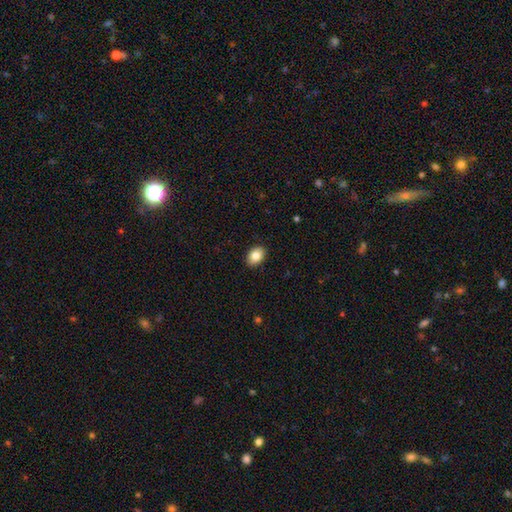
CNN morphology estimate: A smooth galaxy with no disk features (84%) that is in between round and cigar-shaped (80%). Merging: none (90%).